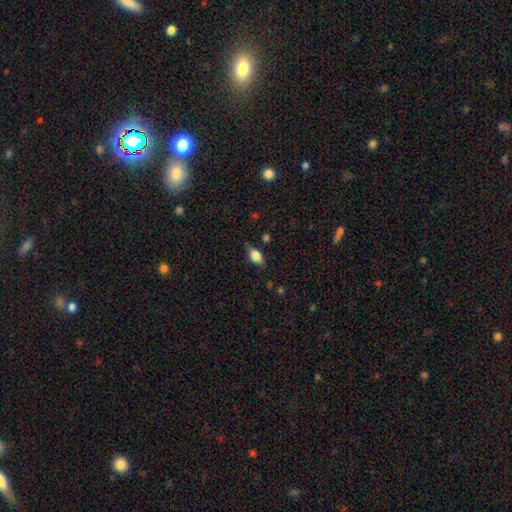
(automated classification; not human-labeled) Morphology: type=smooth (78%); roundness=in between (85%); merging=none (74%).